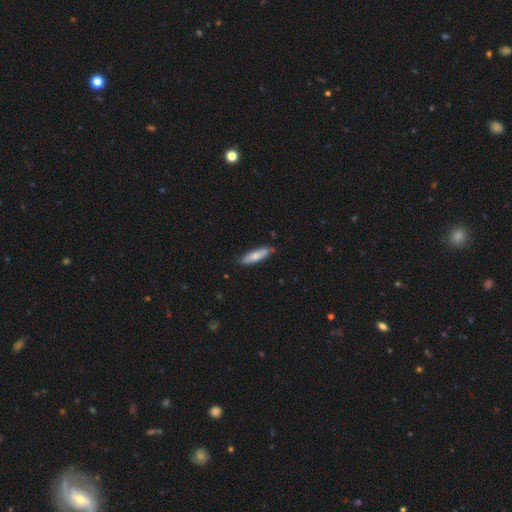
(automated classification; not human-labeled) This appears to be a smooth galaxy with no disk features (72%) that is cigar-shaped (70%). Merging: none (81%).